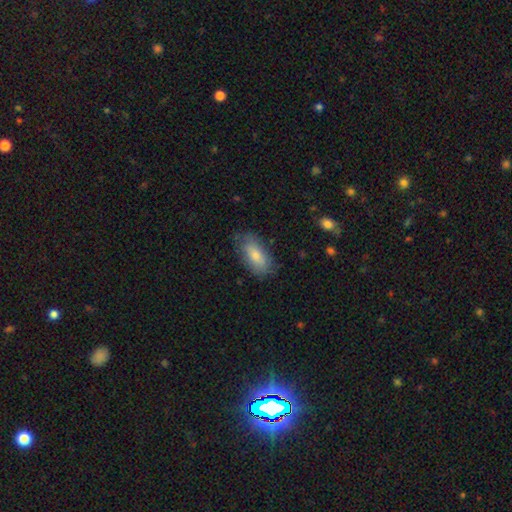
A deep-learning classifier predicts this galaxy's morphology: Smooth or featured? Predicted: smooth (p=0.77). How rounded? Predicted: in between (p=0.87). Merging? Predicted: none (p=0.74).